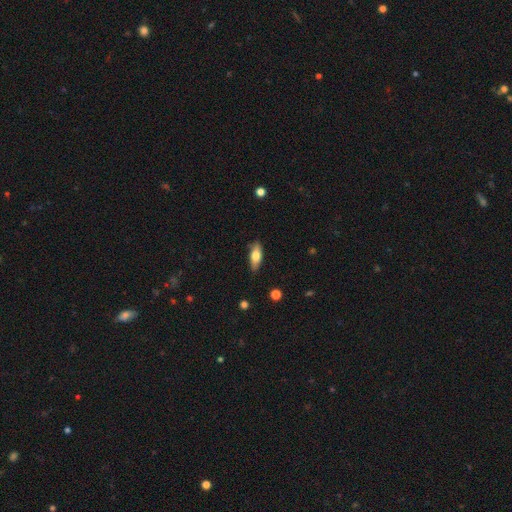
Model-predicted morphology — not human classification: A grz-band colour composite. It shows a smooth galaxy with no disk features (69%) that is in between round and cigar-shaped (71%). Merging: none (83%).